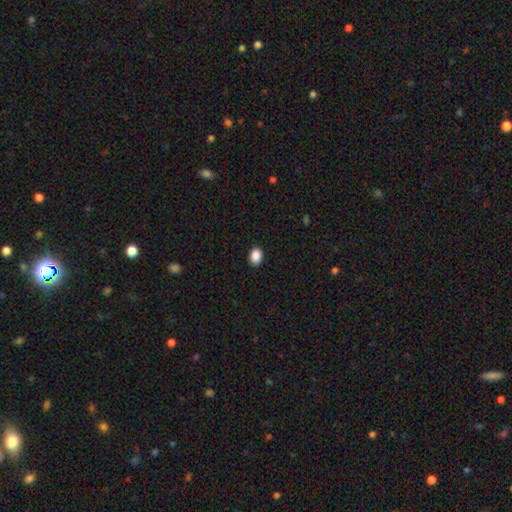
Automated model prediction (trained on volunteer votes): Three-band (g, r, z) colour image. It shows a smooth galaxy with no disk features (90%) that is in between round and cigar-shaped (70%). Merging: none (90%).